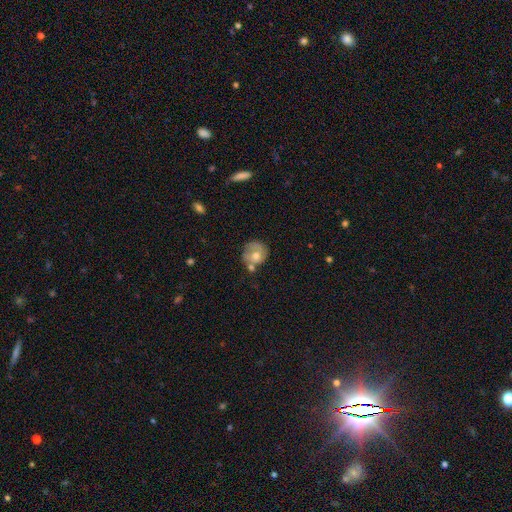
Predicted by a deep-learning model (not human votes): smooth-or-featured: smooth: 56% | featured or disk: 36% | star or artifact: 8%
  how-rounded: round: 78% | in between: 21% | cigar-shaped: 1%
  merging: none: 46% | minor disturbance: 23% | merger: 21% | major disturbance: 10%